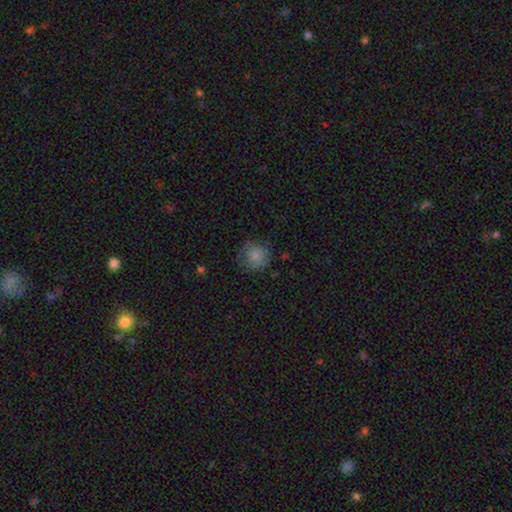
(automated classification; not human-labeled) Smooth or featured? Predicted: smooth (p=0.82). How rounded? Predicted: round (p=0.90). Merging? Predicted: none (p=0.74).